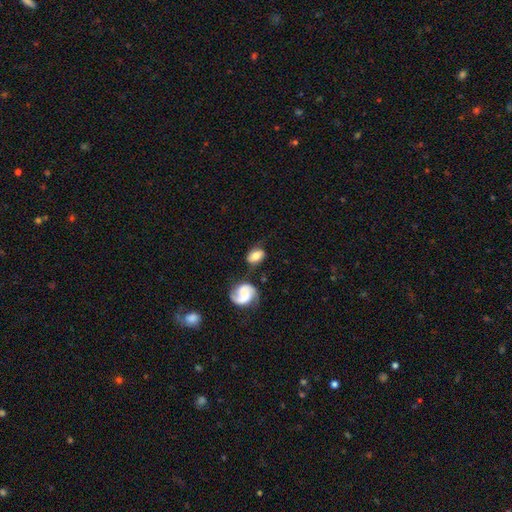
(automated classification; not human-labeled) smooth 63%, featured or disk 29%, star or artifact 8%. Down the decision tree: how rounded — in between (78%); merging — none (61%).